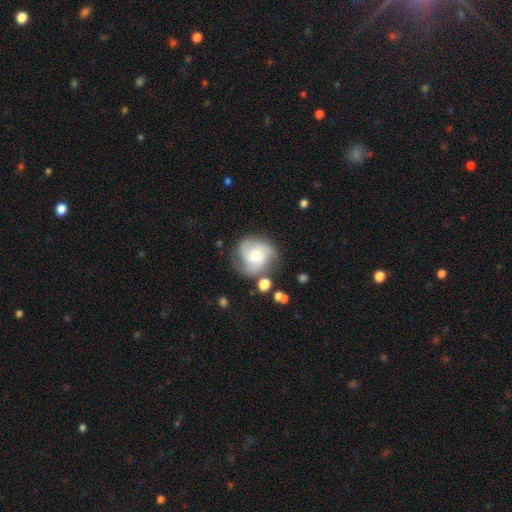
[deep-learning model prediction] The model was most divided on "bulge size": moderate: 45%, small: 43%, large: 7%, none: 4%, dominant: 2%. Remaining: edge-on disk — no (98%); spiral arms — yes (95%); smooth or featured — featured or disk (75%); bar — no (71%); merging — none (66%); spiral arm count — 3 (58%); spiral winding — medium (47%).